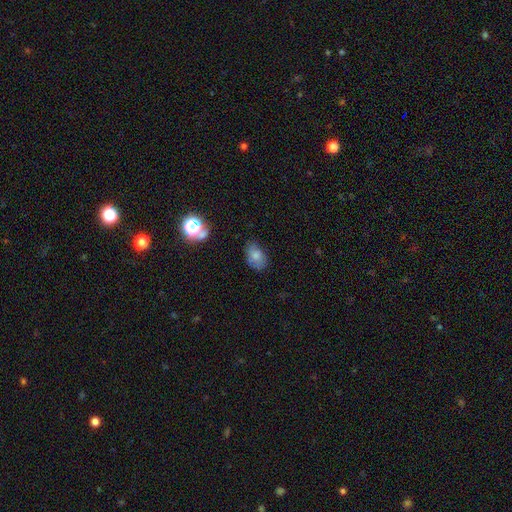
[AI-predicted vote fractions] Q: Smooth or featured?
A: smooth (73%); runner-up: featured or disk (15%)
Q: How rounded?
A: in between (85%); runner-up: round (14%)
Q: Merging?
A: none (66%); runner-up: minor disturbance (25%)